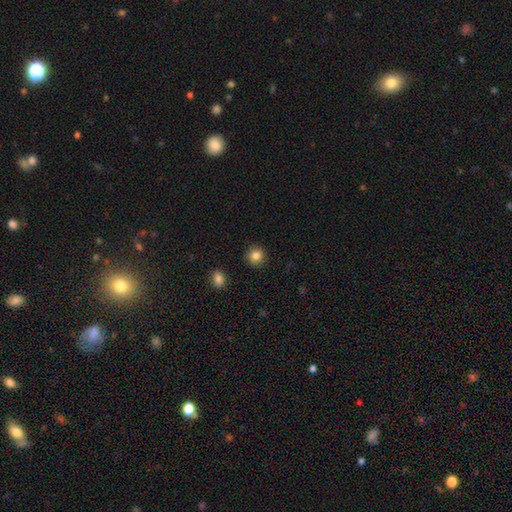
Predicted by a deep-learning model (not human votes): The model was most divided on "smooth or featured": smooth: 85%, star or artifact: 11%, featured or disk: 4%. More confident: how rounded — round (92%); merging — none (90%).